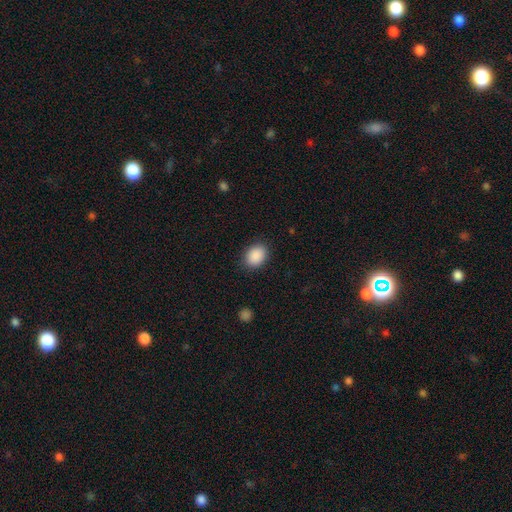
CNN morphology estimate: A smooth galaxy with no disk features (90%) that is in between round and cigar-shaped (67%). Merging: none (88%).